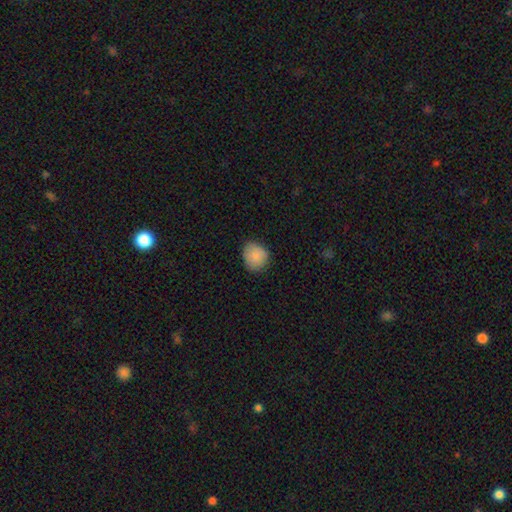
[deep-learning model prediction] Overall: smooth (86%). How rounded: round (75%). Merging: none (79%).